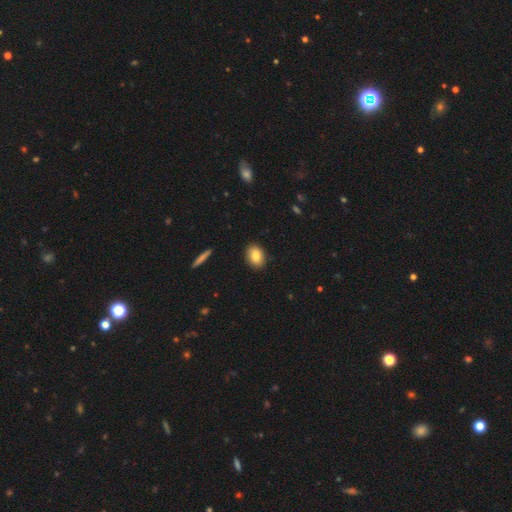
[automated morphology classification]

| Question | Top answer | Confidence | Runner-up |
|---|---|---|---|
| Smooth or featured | smooth | 83% | featured or disk (9%) |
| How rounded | in between | 75% | round (23%) |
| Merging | none | 90% | minor disturbance (7%) |